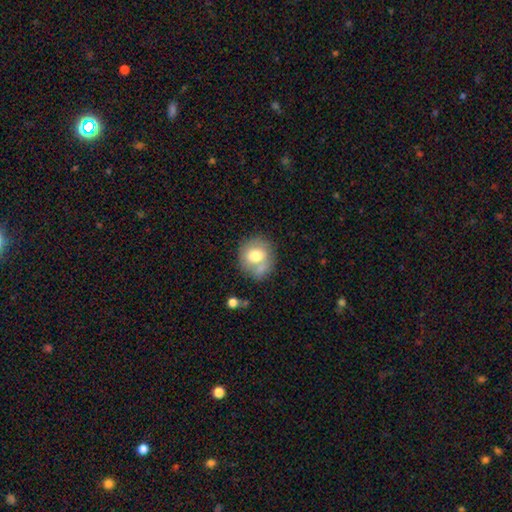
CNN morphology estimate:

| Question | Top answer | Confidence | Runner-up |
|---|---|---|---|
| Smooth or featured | smooth | 69% | featured or disk (23%) |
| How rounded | round | 77% | in between (22%) |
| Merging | none | 53% | merger (22%) |